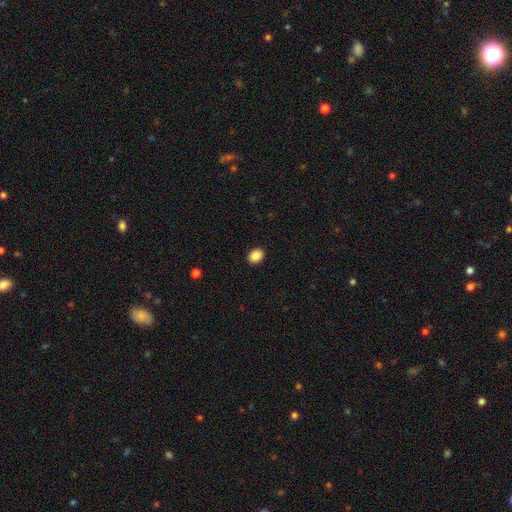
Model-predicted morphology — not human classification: smooth 89%, star or artifact 8%, featured or disk 3%. Down the decision tree: how rounded — in between (54%); merging — none (91%).